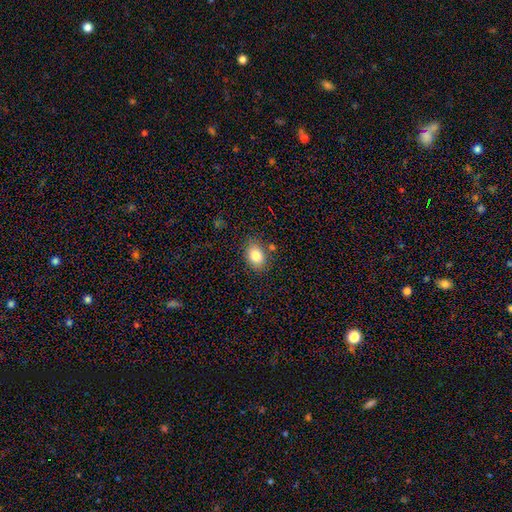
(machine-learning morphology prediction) This is clearly a smooth galaxy (83%). How rounded: likely in between (77%). Merging: likely none (79%).